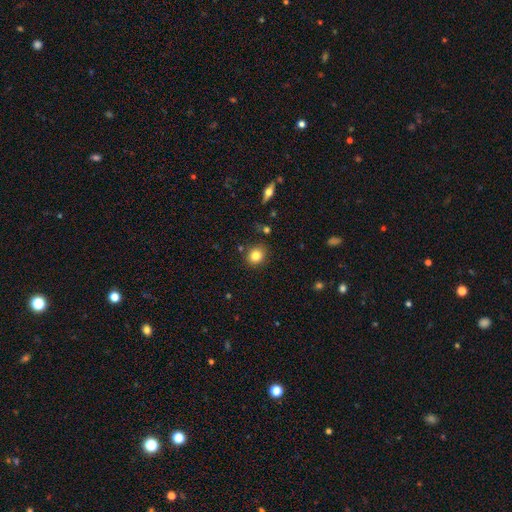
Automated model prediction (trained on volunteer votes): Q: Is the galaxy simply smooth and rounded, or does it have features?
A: smooth — 82%.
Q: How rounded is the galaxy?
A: round — 78%.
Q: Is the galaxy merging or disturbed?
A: none — 85%.